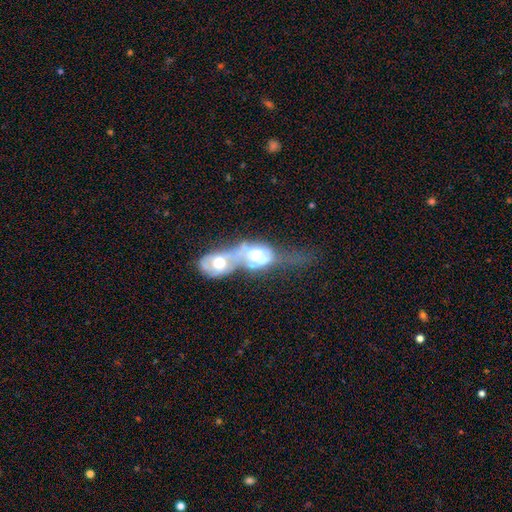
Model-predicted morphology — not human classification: This is possibly a featured or disk galaxy (58%). It is clearly not viewed edge-on (88%). Bar: likely no (76%). Spiral arm pattern: likely no (63%). Central bulge: possibly moderate (51%). Merging: clearly merger (81%).